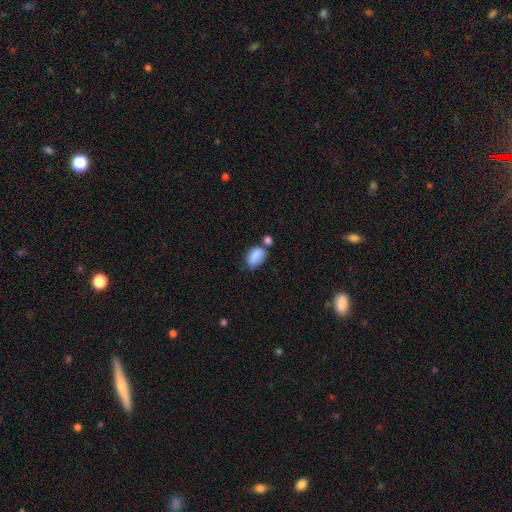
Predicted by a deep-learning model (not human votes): A smooth galaxy with no disk features (84%) that is in between round and cigar-shaped (86%). Merging: none (42%).